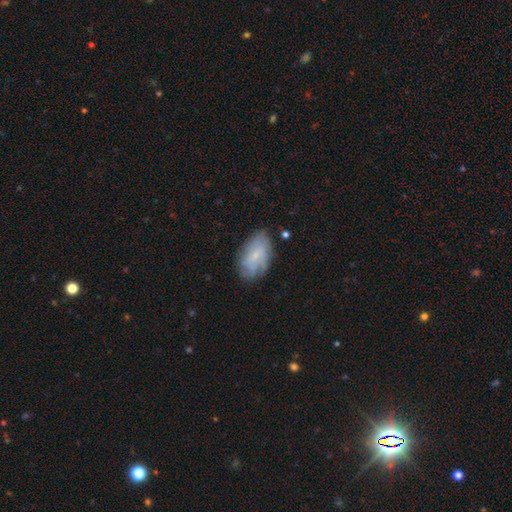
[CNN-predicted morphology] smooth_or_featured: smooth (p=0.49) [alt: featured or disk p=0.42]
merging: none (p=0.70) [alt: minor disturbance p=0.22]